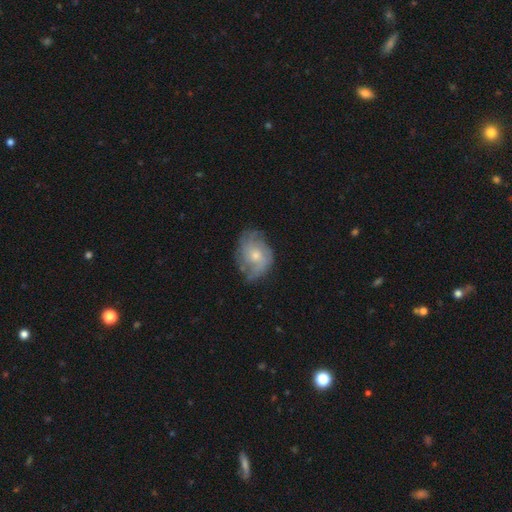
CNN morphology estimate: Smooth or featured: featured or disk — 67% (smooth — 26%)
Edge-on disk: no — 97% (yes — 3%)
Bar: no — 78% (weak — 20%)
Spiral arms: yes — 84% (no — 16%)
Spiral winding: tight — 48% (medium — 36%)
Spiral arm count: can't tell — 41% (2 — 26%)
Bulge size: moderate — 52% (small — 42%)
Merging: none — 63% (minor disturbance — 26%)